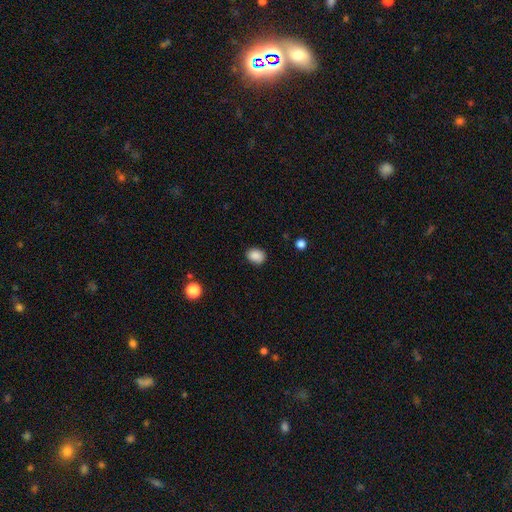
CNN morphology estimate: A smooth galaxy with no disk features (87%) that is in between round and cigar-shaped (57%). Merging: none (85%).